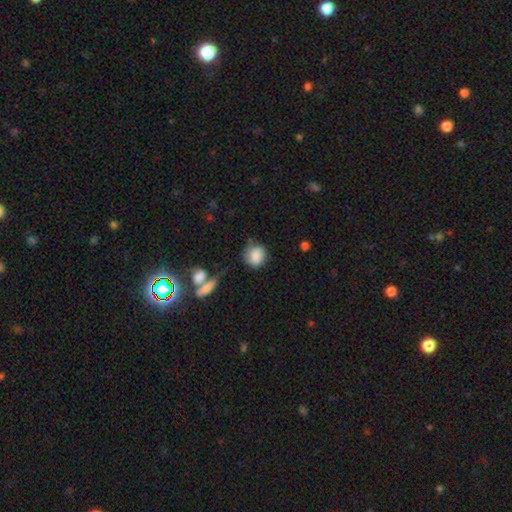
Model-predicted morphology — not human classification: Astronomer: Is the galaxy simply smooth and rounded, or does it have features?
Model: smooth — 84%.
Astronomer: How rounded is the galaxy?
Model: round — 76%.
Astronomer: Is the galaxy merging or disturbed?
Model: none — 67%.